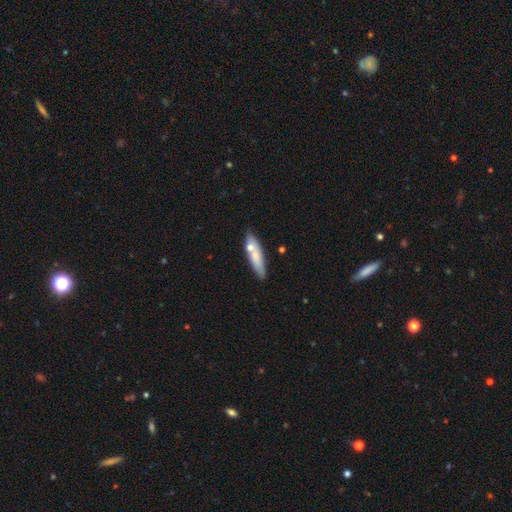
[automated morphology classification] The model was most divided on "smooth or featured": smooth: 70%, featured or disk: 24%, star or artifact: 6%. More confident: how rounded — cigar-shaped (74%); merging — none (72%).